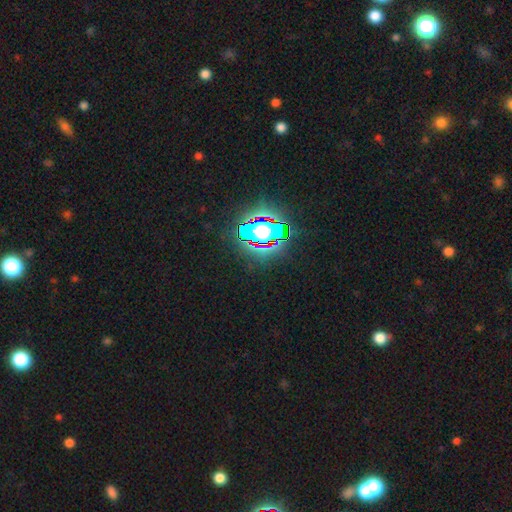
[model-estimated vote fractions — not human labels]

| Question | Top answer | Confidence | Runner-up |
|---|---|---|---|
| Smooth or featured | star or artifact | 84% | smooth (10%) |